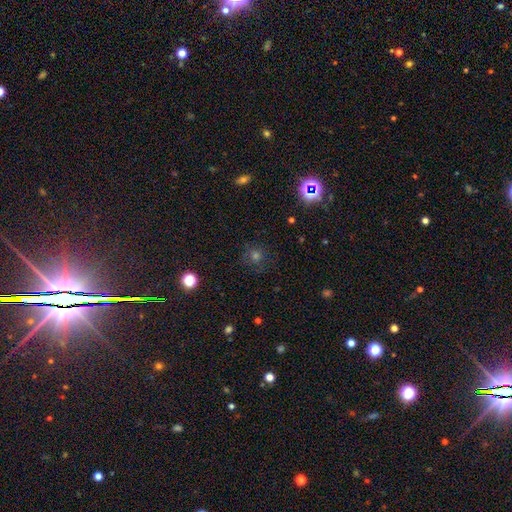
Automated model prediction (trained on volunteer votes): Smooth or featured? Predicted: smooth (p=0.47). Merging? Predicted: none (p=0.83).